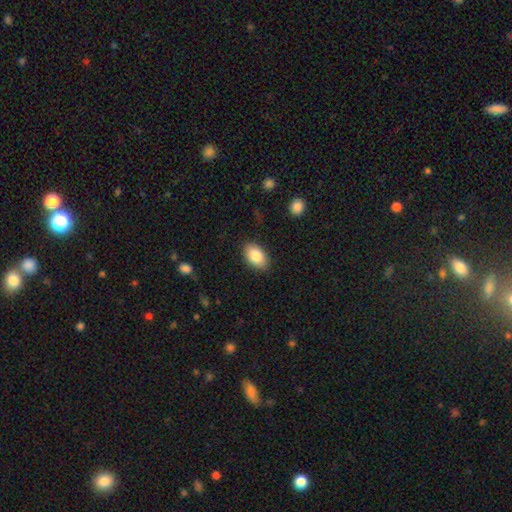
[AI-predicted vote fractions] A smooth galaxy with no disk features (85%) that is in between round and cigar-shaped (92%).

Vote fractions:
- Smooth or featured? smooth: 85% / featured or disk: 9% / star or artifact: 7%
- How rounded? in between: 92% / round: 7% / cigar-shaped: 1%
- Merging? none: 87% / minor disturbance: 10% / major disturbance: 2% / merger: 1%